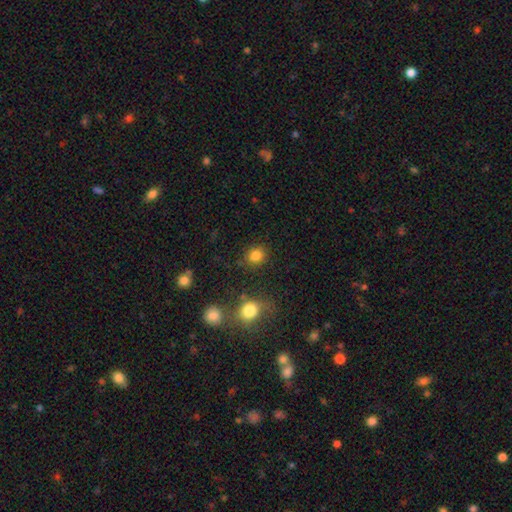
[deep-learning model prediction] Q: Smooth or featured?
A: smooth (83%); runner-up: star or artifact (12%)
Q: How rounded?
A: round (80%); runner-up: in between (18%)
Q: Merging?
A: none (82%); runner-up: minor disturbance (10%)